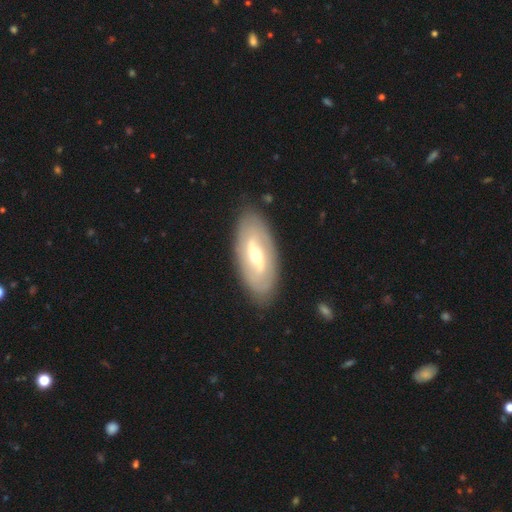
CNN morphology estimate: This appears to be a featured or disk galaxy (72%) with a weak bar (43%), spiral arms (64%) and a moderate central bulge (69%). Merging: none (85%).